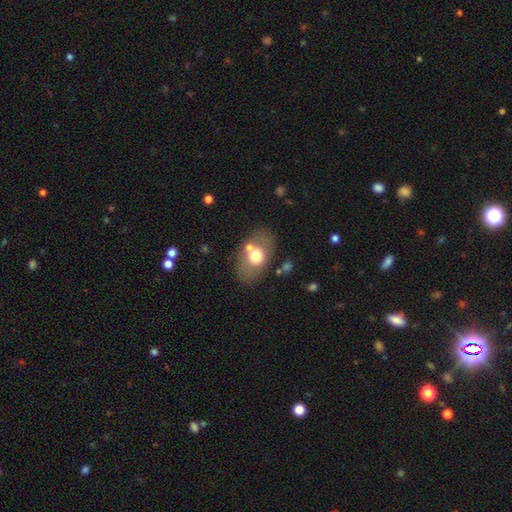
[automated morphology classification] This is likely a smooth galaxy (64%). How rounded: likely in between (79%). Merging: likely none (70%).